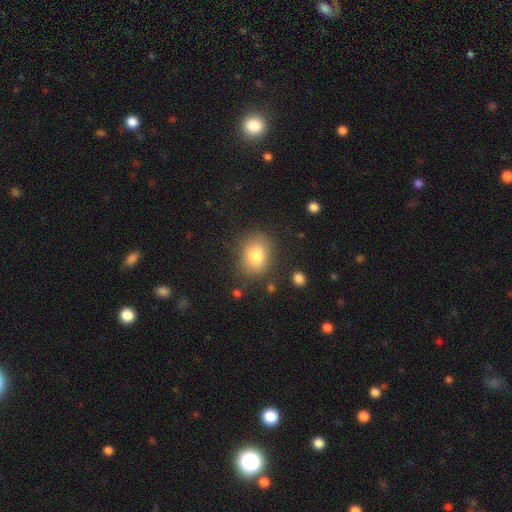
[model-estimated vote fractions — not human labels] Q: Smooth or featured?
A: smooth (80%); runner-up: featured or disk (11%)
Q: How rounded?
A: in between (53%); runner-up: round (46%)
Q: Merging?
A: none (79%); runner-up: minor disturbance (14%)